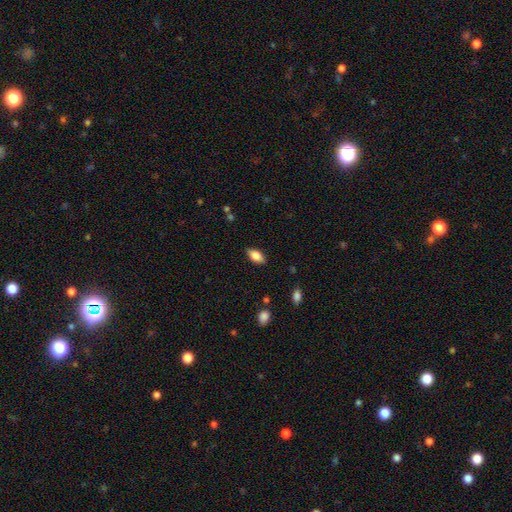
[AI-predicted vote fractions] Morphology: type=smooth (81%); roundness=in between (89%); merging=none (85%).